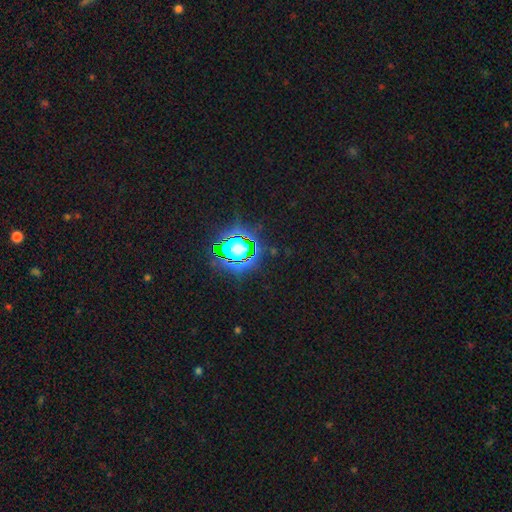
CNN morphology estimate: smooth_or_featured: star or artifact (p=0.84) [alt: smooth p=0.10]